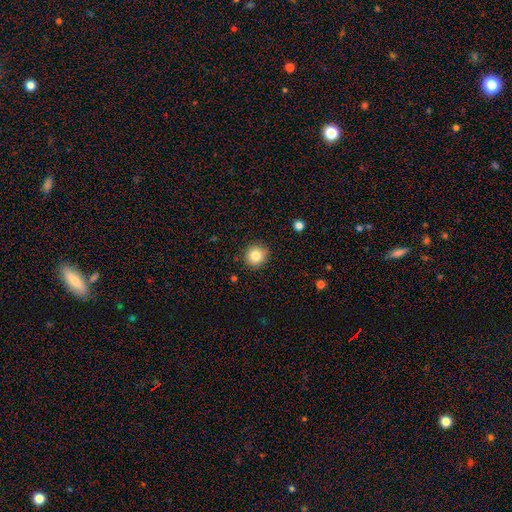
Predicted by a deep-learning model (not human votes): This is clearly a smooth galaxy (83%). How rounded: clearly round (91%). Merging: clearly none (89%).